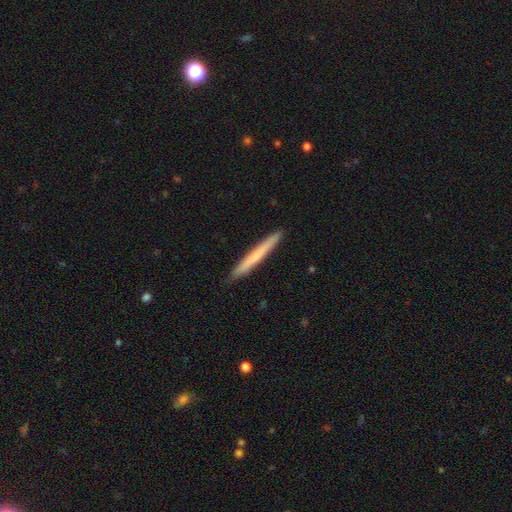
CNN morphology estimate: Smooth or featured? smooth (60%)
How rounded? cigar-shaped (97%)
Merging? none (92%)